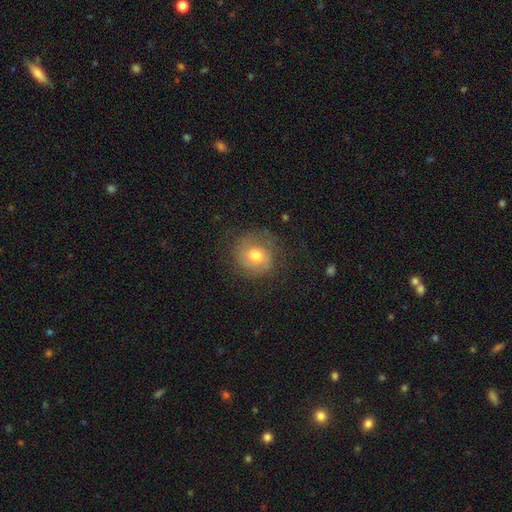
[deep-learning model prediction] This is possibly a smooth galaxy (50%). Merging: likely none (71%).